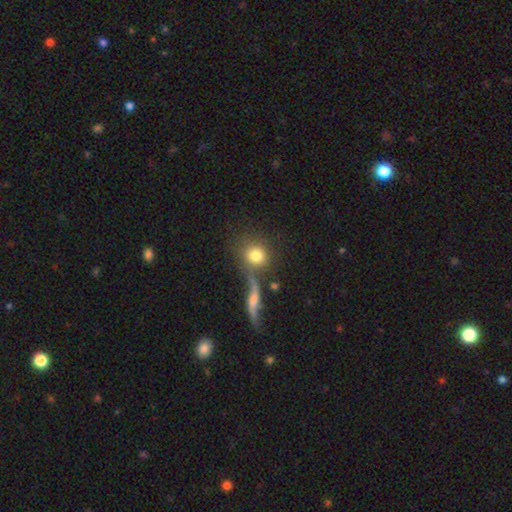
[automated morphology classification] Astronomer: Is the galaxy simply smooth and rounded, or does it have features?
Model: smooth — 77%.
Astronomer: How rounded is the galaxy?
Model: round — 86%.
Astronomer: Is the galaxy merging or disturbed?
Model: none — 55%.